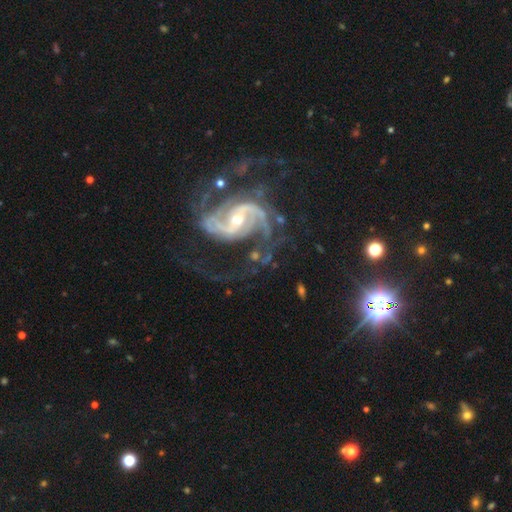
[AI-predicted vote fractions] This appears to be a featured or disk galaxy (93%) with a weak bar (41%), 2 (66%) medium (52%) spiral arms (98%) and a moderate central bulge (51%). Merging: none (53%).